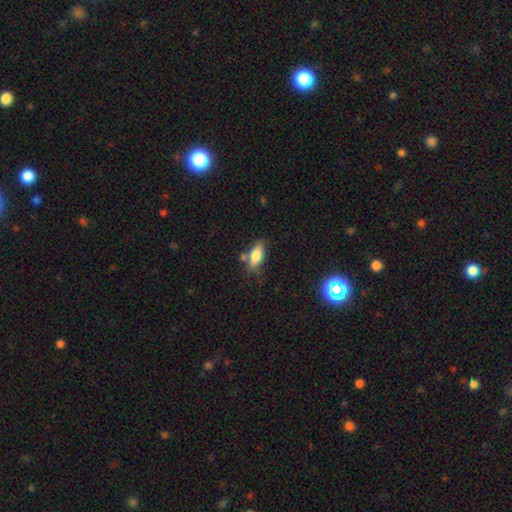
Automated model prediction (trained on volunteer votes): Q: Smooth or featured?
A: smooth (74%); runner-up: featured or disk (17%)
Q: How rounded?
A: in between (75%); runner-up: cigar-shaped (22%)
Q: Merging?
A: none (60%); runner-up: minor disturbance (21%)